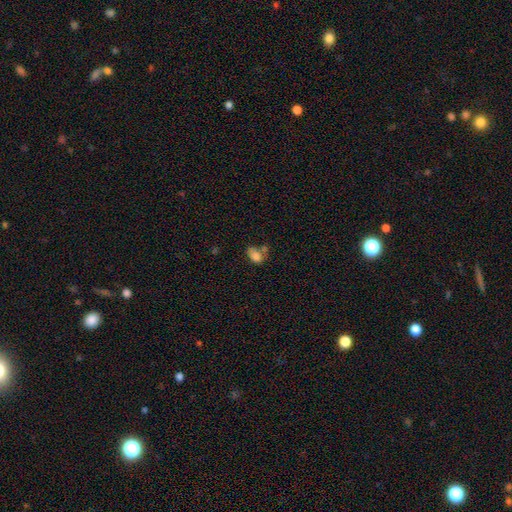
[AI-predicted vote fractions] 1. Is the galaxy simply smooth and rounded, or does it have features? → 80% smooth, 11% featured or disk, 10% star or artifact.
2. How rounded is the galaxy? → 81% in between, 17% round, 1% cigar-shaped.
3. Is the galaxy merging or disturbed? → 33% none (tied), 33% merger (tied), 22% minor disturbance, 12% major disturbance.